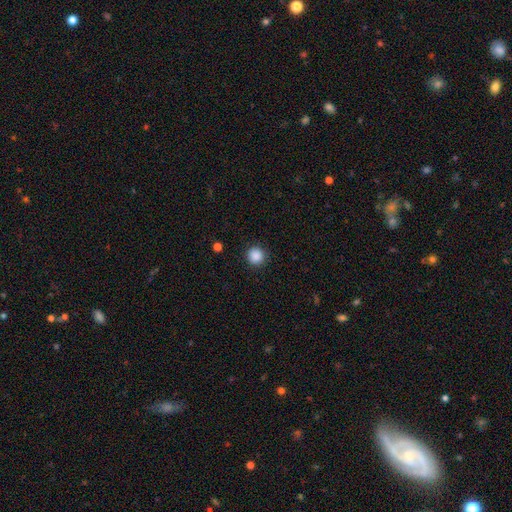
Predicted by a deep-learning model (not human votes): A smooth galaxy with no disk features (88%) that is round (94%).

Vote fractions:
- Smooth or featured? smooth: 88% / star or artifact: 10% / featured or disk: 3%
- How rounded? round: 94% / in between: 5% / cigar-shaped: 1%
- Merging? none: 90% / minor disturbance: 7% / major disturbance: 2% / merger: 1%